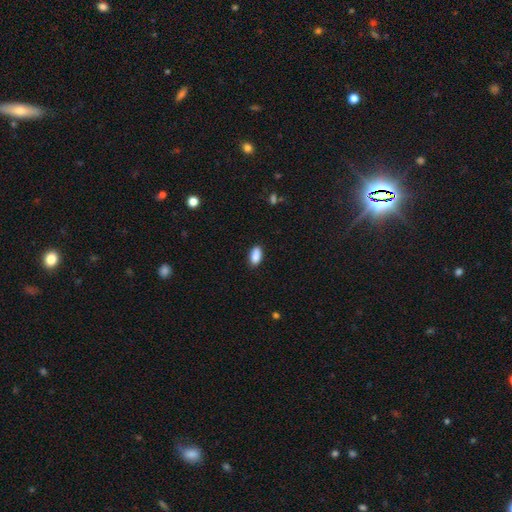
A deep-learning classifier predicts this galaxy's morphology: A smooth galaxy with no disk features (89%) that is in between round and cigar-shaped (91%).

Vote fractions:
- Smooth or featured? smooth: 89% / star or artifact: 7% / featured or disk: 3%
- How rounded? in between: 91% / cigar-shaped: 6% / round: 3%
- Merging? none: 86% / minor disturbance: 10% / major disturbance: 2% / merger: 1%